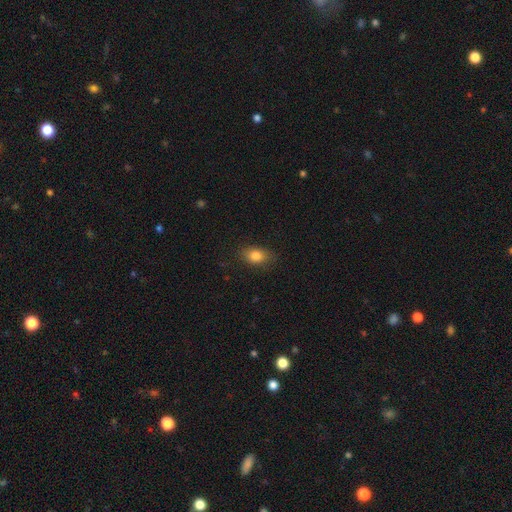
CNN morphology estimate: Q: Smooth or featured?
A: smooth (82%); runner-up: star or artifact (10%)
Q: How rounded?
A: in between (77%); runner-up: round (21%)
Q: Merging?
A: none (82%); runner-up: minor disturbance (14%)